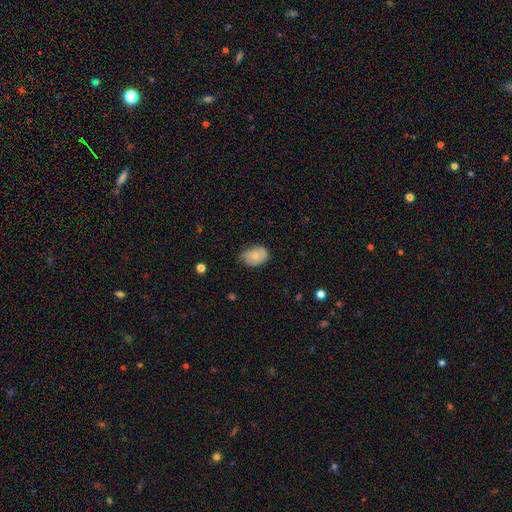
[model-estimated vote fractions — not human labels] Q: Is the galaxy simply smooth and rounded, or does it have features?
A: smooth — 70%.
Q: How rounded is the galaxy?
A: in between — 77%.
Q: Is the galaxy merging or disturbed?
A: none — 50%.